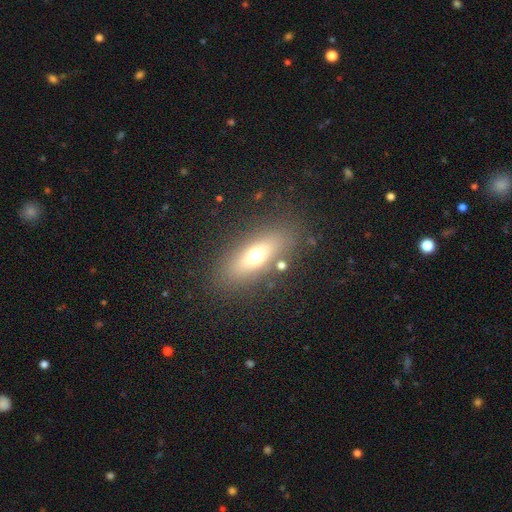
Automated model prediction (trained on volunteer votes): The model was most divided on "how rounded": in between: 62%, cigar-shaped: 32%, round: 6%. More confident: merging — none (82%); smooth or featured — smooth (60%).